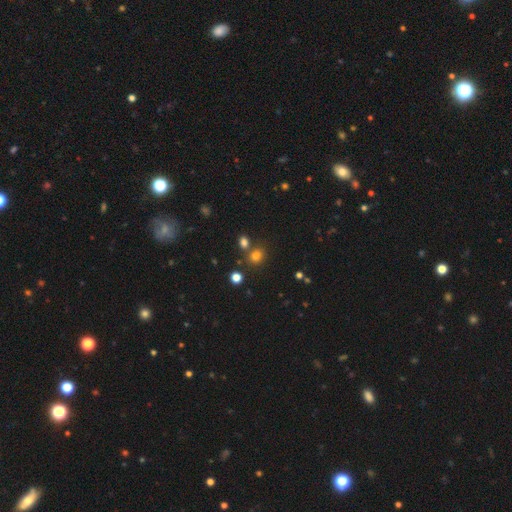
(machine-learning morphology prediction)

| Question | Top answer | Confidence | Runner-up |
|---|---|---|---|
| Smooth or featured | smooth | 76% | star or artifact (17%) |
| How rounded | round | 66% | in between (33%) |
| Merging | none | 70% | merger (17%) |